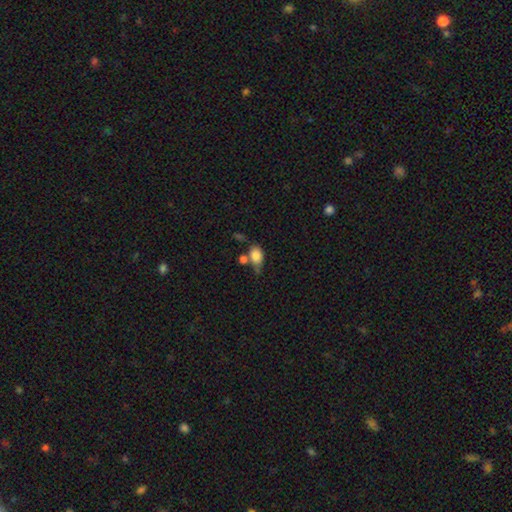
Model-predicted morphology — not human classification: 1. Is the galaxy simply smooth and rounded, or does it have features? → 81% smooth, 10% featured or disk, 9% star or artifact.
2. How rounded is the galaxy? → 75% in between, 23% round, 2% cigar-shaped.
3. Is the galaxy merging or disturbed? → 43% none, 25% merger, 22% minor disturbance, 9% major disturbance.